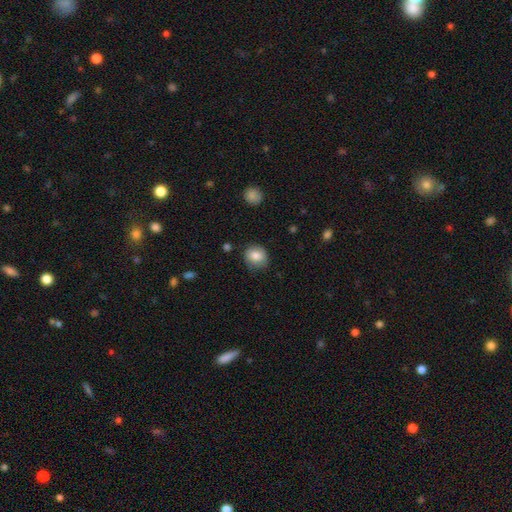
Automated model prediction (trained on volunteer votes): This appears to be a smooth galaxy with no disk features (78%) that is round (78%). Merging: none (77%).